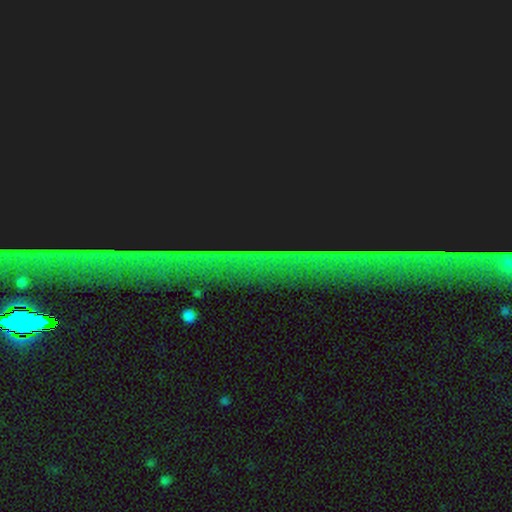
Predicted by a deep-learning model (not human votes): smooth_or_featured: star or artifact (p=0.85) [alt: featured or disk p=0.08]